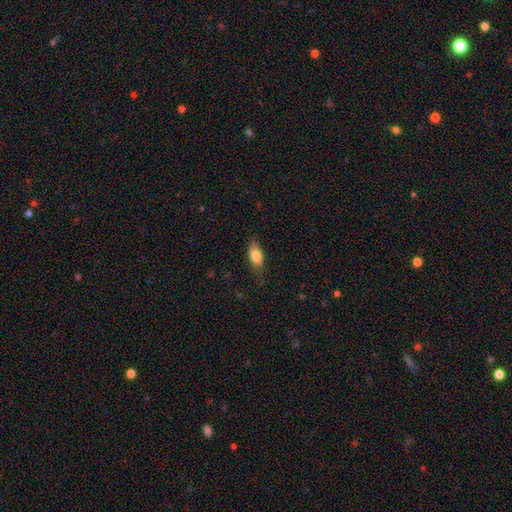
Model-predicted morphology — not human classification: The model was most divided on "merging": none: 76%, minor disturbance: 19%, major disturbance: 4%, merger: 1%. More confident: how rounded — in between (82%); smooth or featured — smooth (80%).